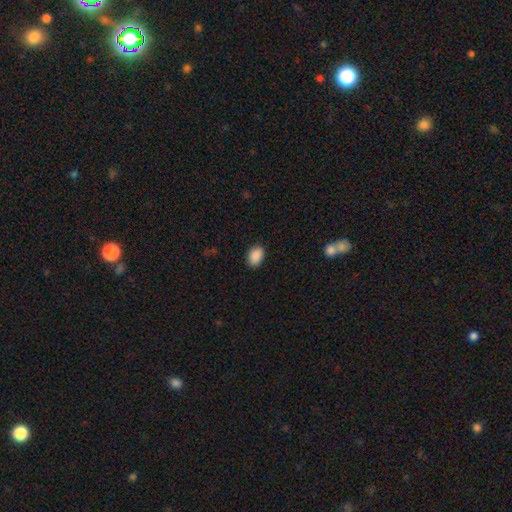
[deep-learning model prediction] This appears to be a smooth galaxy with no disk features (90%) that is in between round and cigar-shaped (82%). Merging: none (88%).